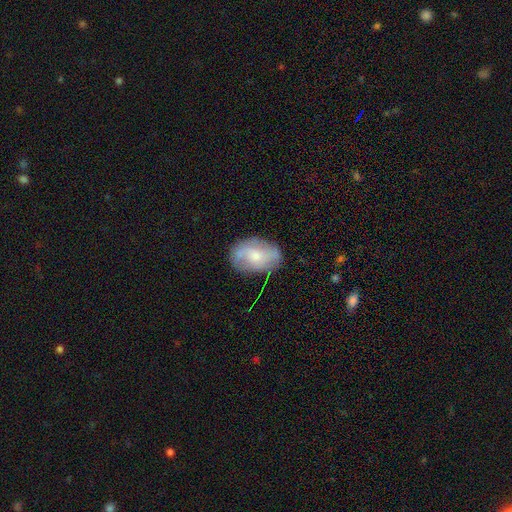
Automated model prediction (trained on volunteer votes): Q: Smooth or featured?
A: smooth (48%); runner-up: featured or disk (45%)
Q: Merging?
A: none (73%); runner-up: minor disturbance (20%)